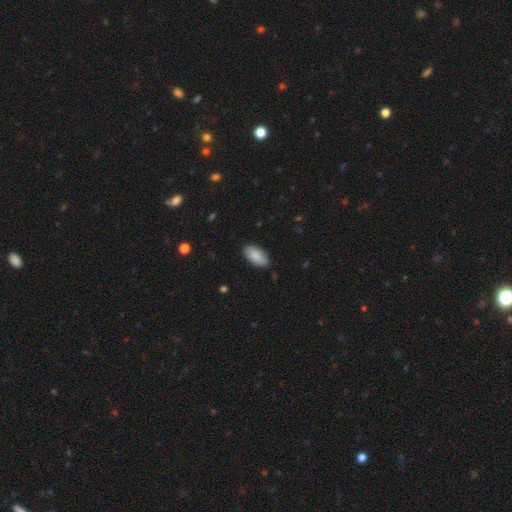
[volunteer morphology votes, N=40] smooth_or_featured: smooth (p=0.75) [alt: featured or disk p=0.20]
how_rounded: in between (p=1.00)
merging: none (p=0.92) [alt: minor disturbance p=0.08]